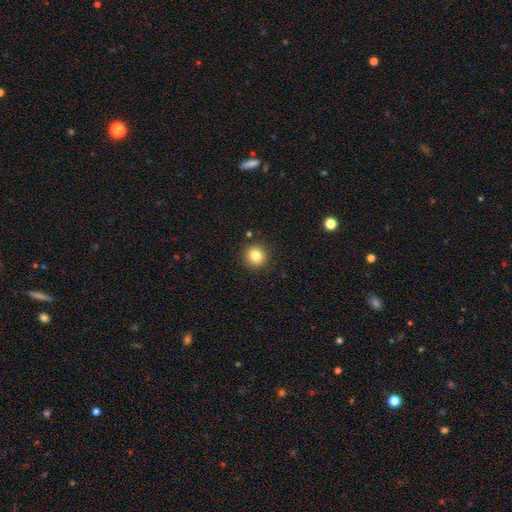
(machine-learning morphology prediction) A smooth galaxy with no disk features (83%) that is round (91%). Merging: none (89%).